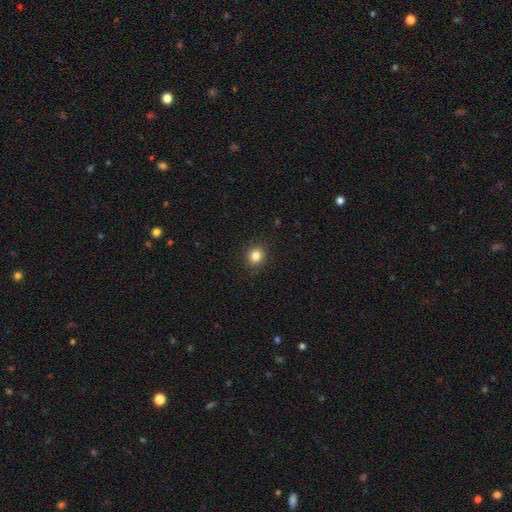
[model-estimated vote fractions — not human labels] Q: Smooth or featured?
A: smooth (83%); runner-up: star or artifact (12%)
Q: How rounded?
A: round (80%); runner-up: in between (19%)
Q: Merging?
A: none (91%); runner-up: minor disturbance (6%)